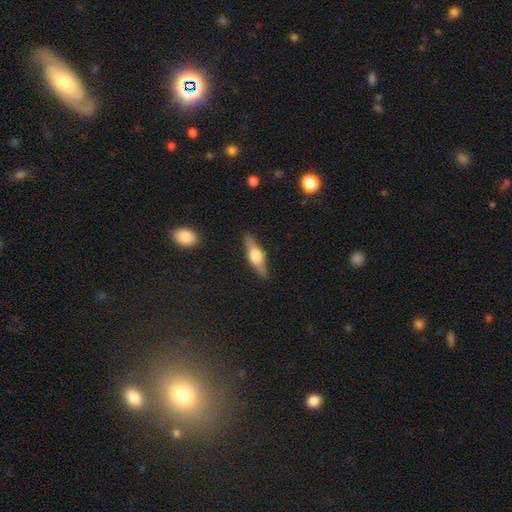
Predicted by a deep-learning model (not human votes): This is possibly a featured or disk galaxy (54%). It is clearly viewed edge-on (90%). Merging: clearly none (87%).